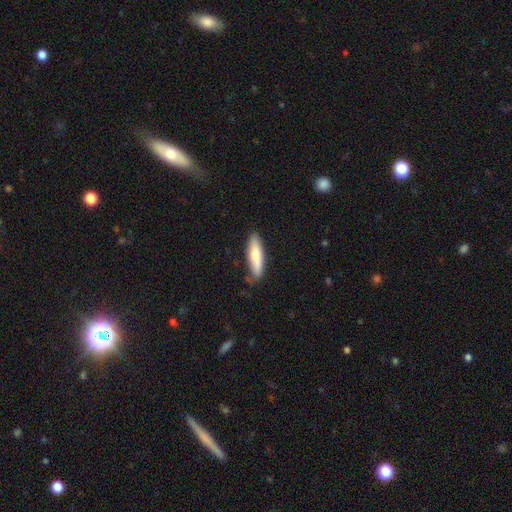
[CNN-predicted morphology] Smooth or featured? smooth (77%)
How rounded? cigar-shaped (64%)
Merging? none (76%)